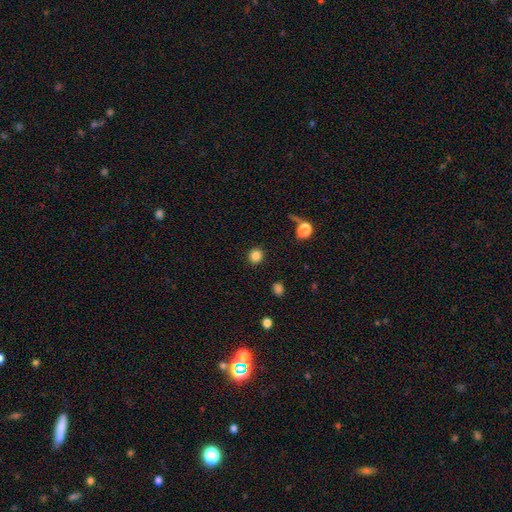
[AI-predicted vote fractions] The model was most divided on "smooth or featured": smooth: 84%, star or artifact: 11%, featured or disk: 4%. More confident: how rounded — round (91%); merging — none (90%).